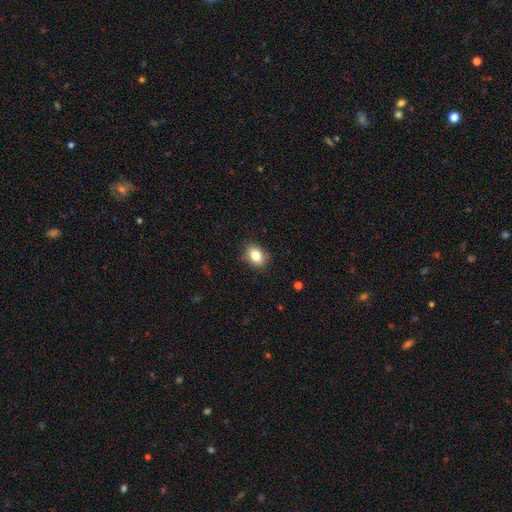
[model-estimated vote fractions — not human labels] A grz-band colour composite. It shows a smooth galaxy with no disk features (82%) that is in between round and cigar-shaped (69%). Merging: none (87%).